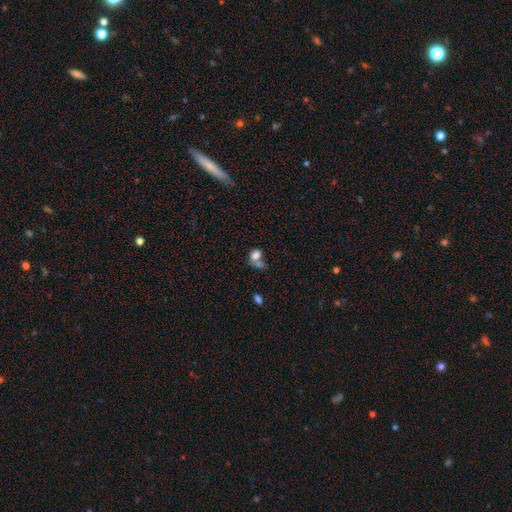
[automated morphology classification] type=smooth (76%); roundness=in between (59%); merging=merger (50%).